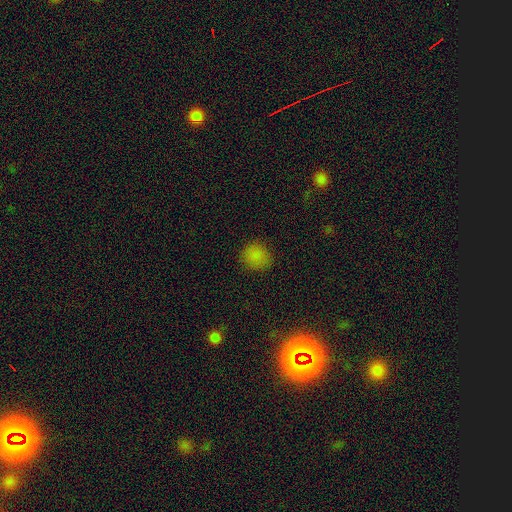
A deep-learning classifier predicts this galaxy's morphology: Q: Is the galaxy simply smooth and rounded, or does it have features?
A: smooth — 81%.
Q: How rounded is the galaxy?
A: round — 82%.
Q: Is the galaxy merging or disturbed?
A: none — 85%.